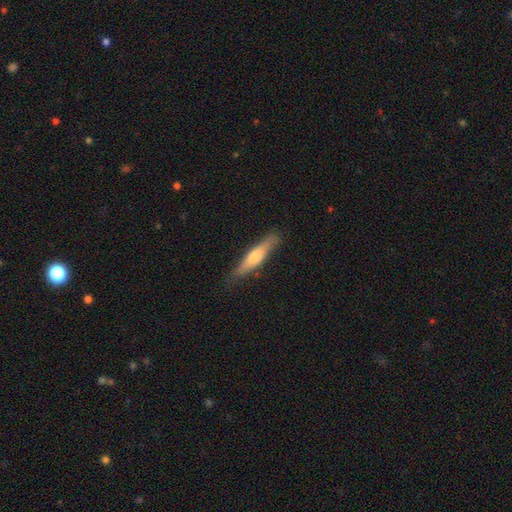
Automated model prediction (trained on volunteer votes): Smooth or featured? Predicted: smooth (p=0.59). How rounded? Predicted: cigar-shaped (p=0.84). Merging? Predicted: none (p=0.82).